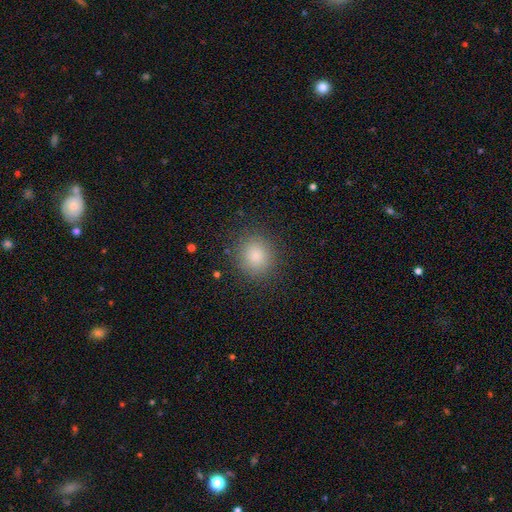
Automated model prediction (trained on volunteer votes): Smooth or featured: smooth — 84% (star or artifact — 11%)
How rounded: round — 86% (in between — 13%)
Merging: none — 88% (minor disturbance — 8%)